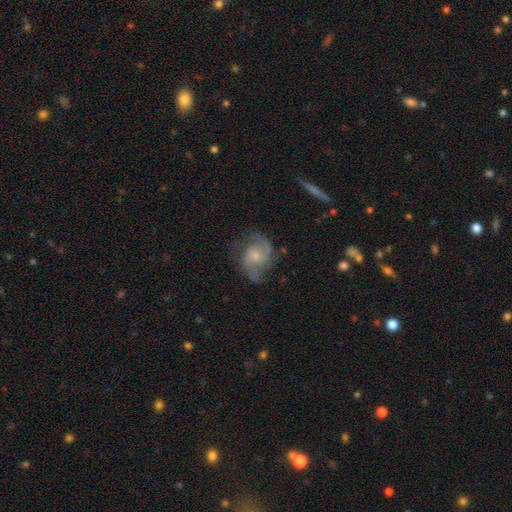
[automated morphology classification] Smooth or featured? Predicted: featured or disk (p=0.78). Edge-on disk? Predicted: no (p=0.98). Bar? Predicted: no (p=0.68). Spiral arms? Predicted: yes (p=0.94). Spiral winding? Predicted: medium (p=0.51). Spiral arm count? Predicted: 2 (p=0.78). Bulge size? Predicted: small (p=0.61). Merging? Predicted: none (p=0.64).